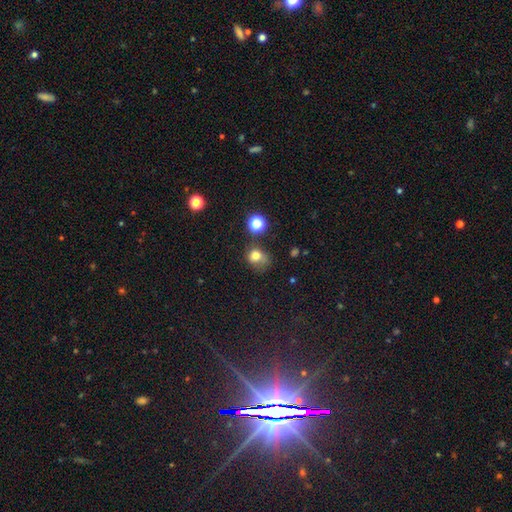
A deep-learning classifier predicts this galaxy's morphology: Smooth or featured?
  - smooth: 75% *
  - star or artifact: 16%
  - featured or disk: 10%
How rounded?
  - round: 65% *
  - in between: 34%
  - cigar-shaped: 1%
Merging?
  - none: 41% *
  - minor disturbance: 30%
  - major disturbance: 19%
  - merger: 10%